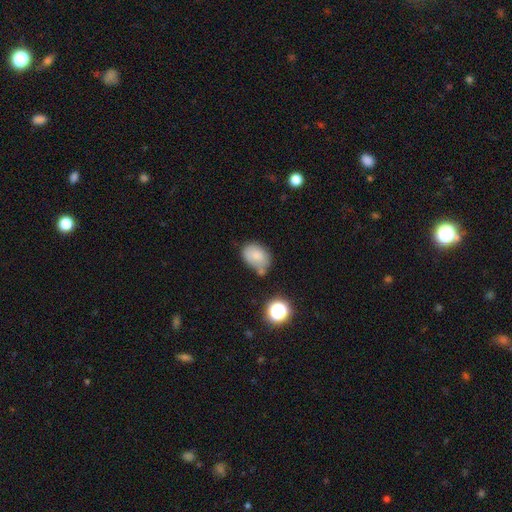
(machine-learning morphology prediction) Overall: smooth (80%). How rounded: in between (77%). Merging: none (52%; minor disturbance 27%).